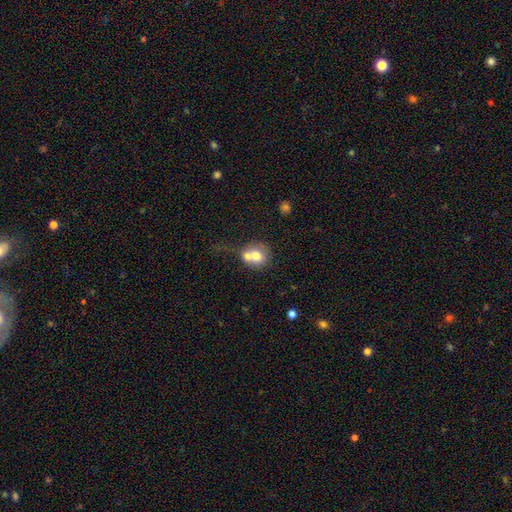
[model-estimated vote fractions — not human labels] Overall: smooth (69%). How rounded: round (76%). Merging: merger (58%; none 27%).